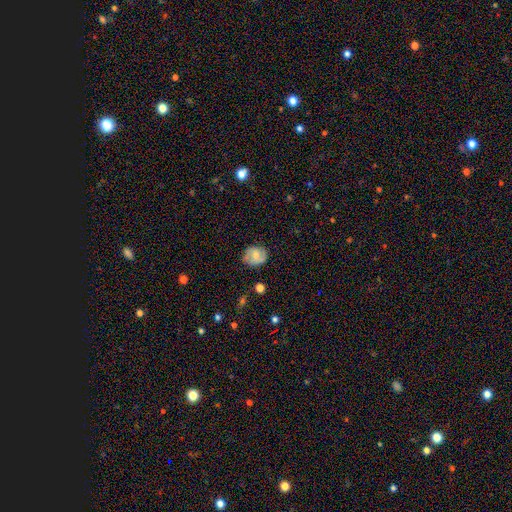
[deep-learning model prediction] A featured or disk galaxy (47%). Merging: none (76%).